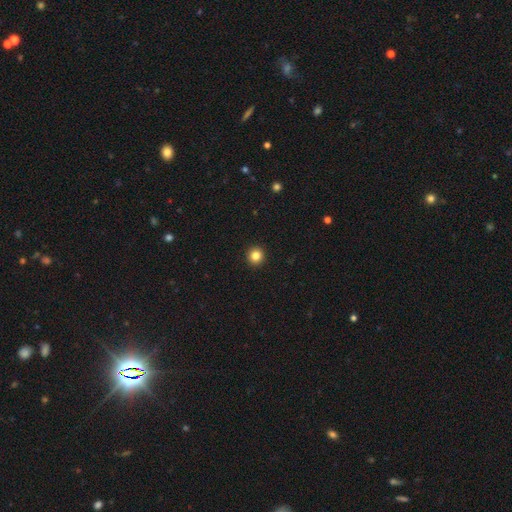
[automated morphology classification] Overall: smooth (83%). How rounded: round (94%). Merging: none (94%).